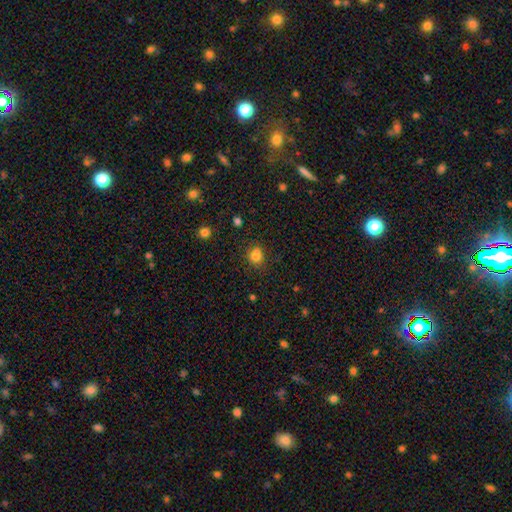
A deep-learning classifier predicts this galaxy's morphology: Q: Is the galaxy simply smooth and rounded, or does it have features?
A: smooth — 82%.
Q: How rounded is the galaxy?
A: round — 70%.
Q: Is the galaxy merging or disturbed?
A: none — 76%.